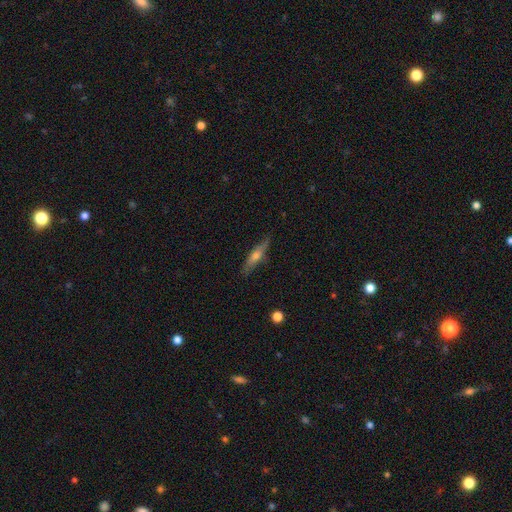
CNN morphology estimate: smooth_or_featured: featured or disk (p=0.50) [alt: smooth p=0.43]
disk_edge_on: yes (p=0.92) [alt: no p=0.08]
merging: none (p=0.85) [alt: minor disturbance p=0.11]